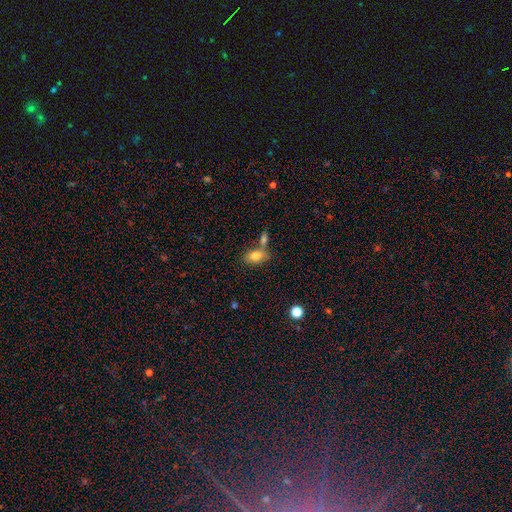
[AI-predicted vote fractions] Smooth or featured? Predicted: smooth (p=0.79). How rounded? Predicted: in between (p=0.89). Merging? Predicted: none (p=0.53).